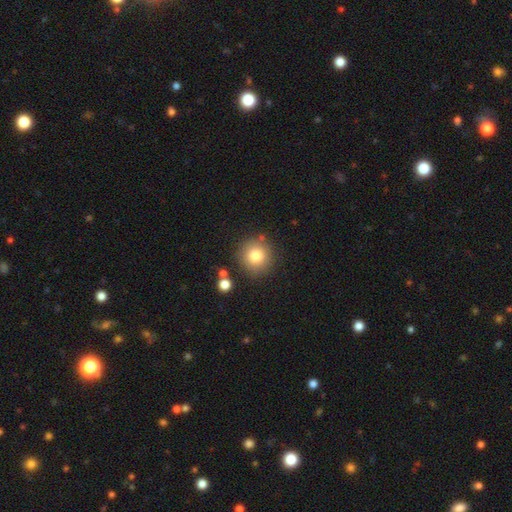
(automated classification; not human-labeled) This is likely a smooth galaxy (80%). How rounded: clearly round (94%). Merging: clearly none (82%).